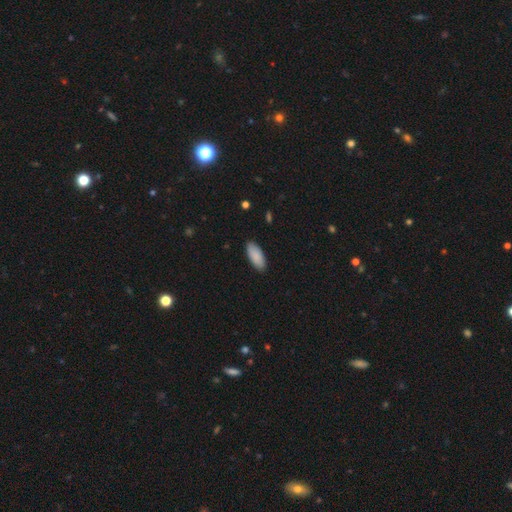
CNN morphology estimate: Overall: smooth (89%). How rounded: in between (86%). Merging: none (89%).